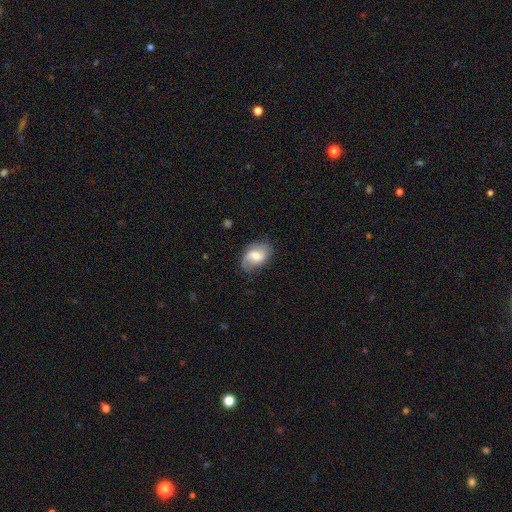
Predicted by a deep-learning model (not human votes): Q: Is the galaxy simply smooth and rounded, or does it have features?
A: smooth — 52%.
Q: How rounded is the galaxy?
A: in between — 84%.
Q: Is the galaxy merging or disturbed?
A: none — 67%.